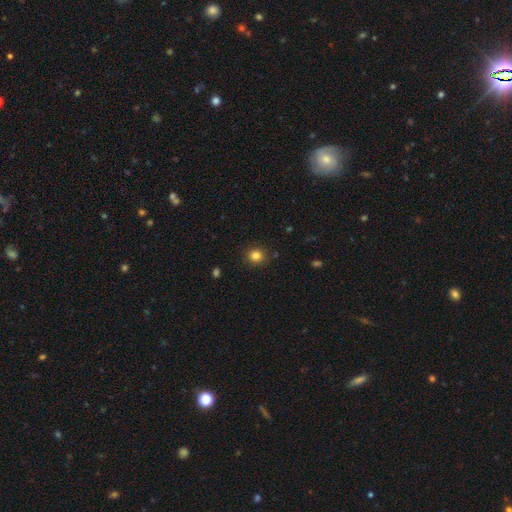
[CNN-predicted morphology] type=smooth (83%); roundness=round (86%); merging=none (89%).